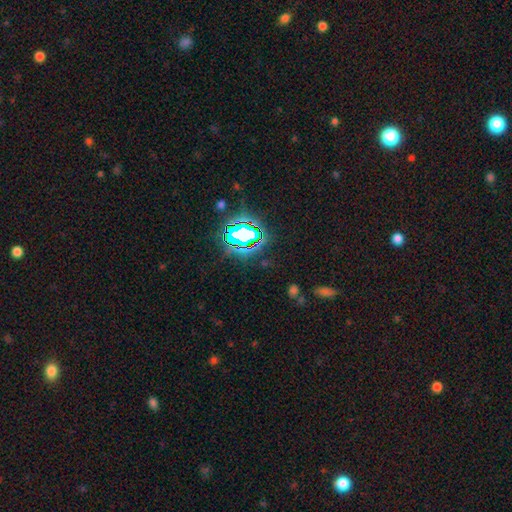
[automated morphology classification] A star or artifact, not a galaxy (79%).